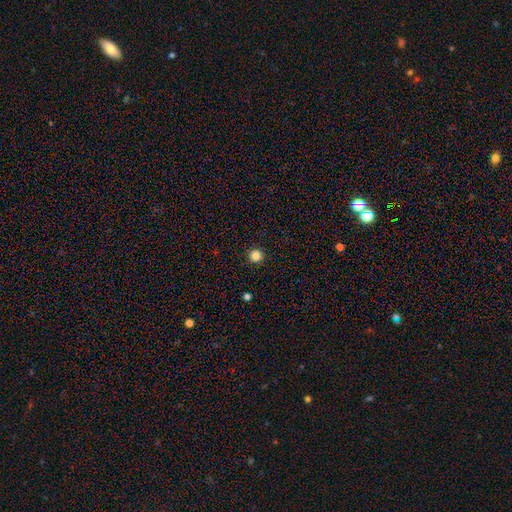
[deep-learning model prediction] Overall: smooth (84%). How rounded: round (96%). Merging: none (94%).